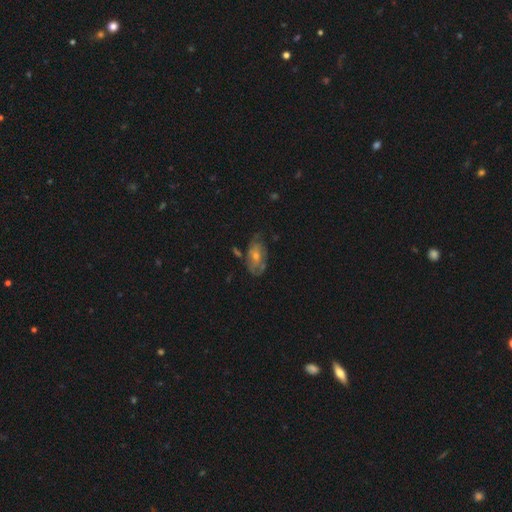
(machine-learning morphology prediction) Smooth or featured?
  - featured or disk: 62% *
  - smooth: 26%
  - star or artifact: 12%
Edge-on disk?
  - no: 92% *
  - yes: 8%
Bar?
  - no: 75% *
  - weak: 21%
  - strong: 4%
Spiral arms?
  - yes: 74% *
  - no: 26%
Bulge size?
  - moderate: 53% *
  - small: 41%
  - large: 3%
  - none: 2%
  - dominant: 1%
Merging?
  - none: 66% *
  - minor disturbance: 21%
  - major disturbance: 8%
  - merger: 4%